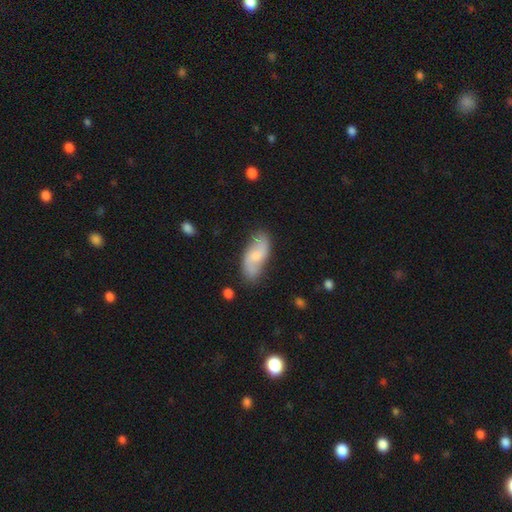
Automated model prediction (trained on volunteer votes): A featured or disk galaxy (53%).

Vote fractions:
- Smooth or featured? featured or disk: 53% / smooth: 41% / star or artifact: 6%
- Edge-on disk? no: 92% / yes: 8%
- Merging? none: 77% / minor disturbance: 17% / major disturbance: 4% / merger: 2%